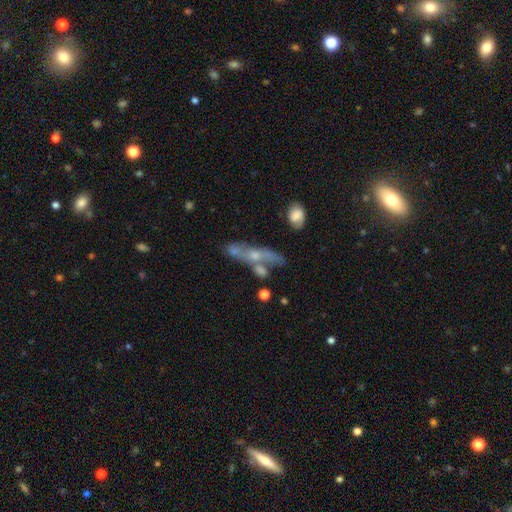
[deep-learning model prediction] smooth_or_featured: featured or disk (p=0.57) [alt: smooth p=0.32]
disk_edge_on: no (p=0.53) [alt: yes p=0.47]
merging: none (p=0.42) [alt: merger p=0.27]